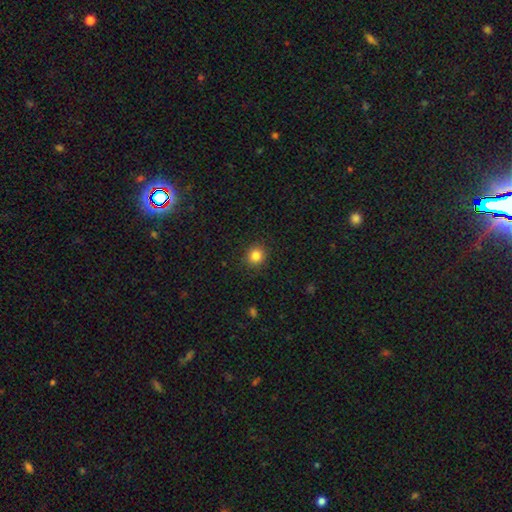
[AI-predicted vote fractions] A smooth galaxy with no disk features (84%) that is round (88%).

Vote fractions:
- Smooth or featured? smooth: 84% / star or artifact: 11% / featured or disk: 5%
- How rounded? round: 88% / in between: 11% / cigar-shaped: 1%
- Merging? none: 90% / minor disturbance: 7% / major disturbance: 2% / merger: 1%